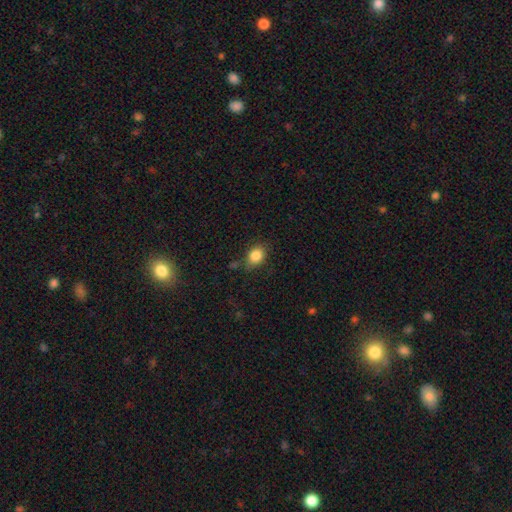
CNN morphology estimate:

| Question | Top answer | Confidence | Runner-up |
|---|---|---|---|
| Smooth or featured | smooth | 85% | star or artifact (9%) |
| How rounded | in between | 55% | round (44%) |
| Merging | none | 75% | minor disturbance (17%) |